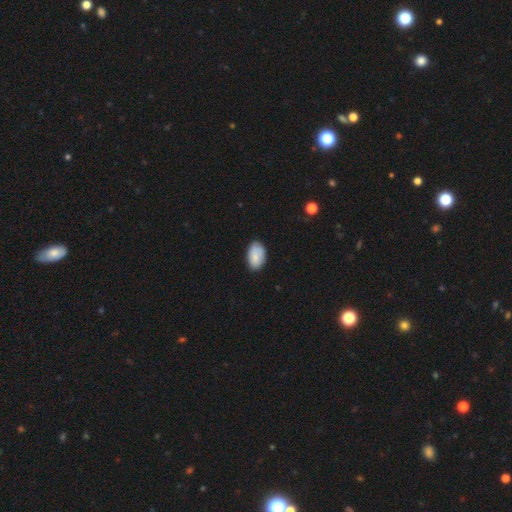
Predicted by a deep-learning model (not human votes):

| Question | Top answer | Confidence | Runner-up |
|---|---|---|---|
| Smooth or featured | smooth | 83% | featured or disk (10%) |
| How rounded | in between | 93% | round (6%) |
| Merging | none | 79% | minor disturbance (17%) |